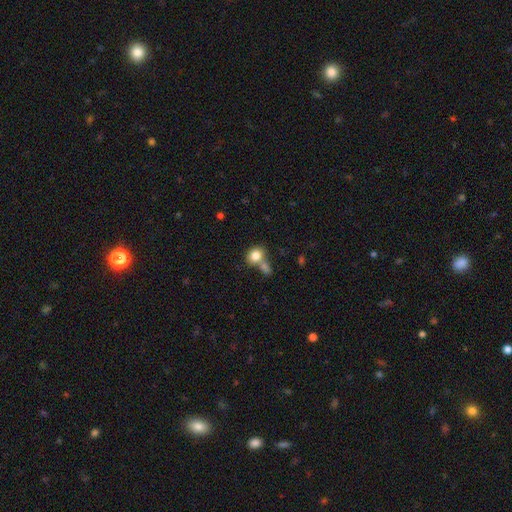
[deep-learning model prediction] smooth_or_featured: smooth (p=0.82) [alt: star or artifact p=0.09]
how_rounded: round (p=0.57) [alt: in between p=0.41]
merging: none (p=0.45) [alt: merger p=0.38]